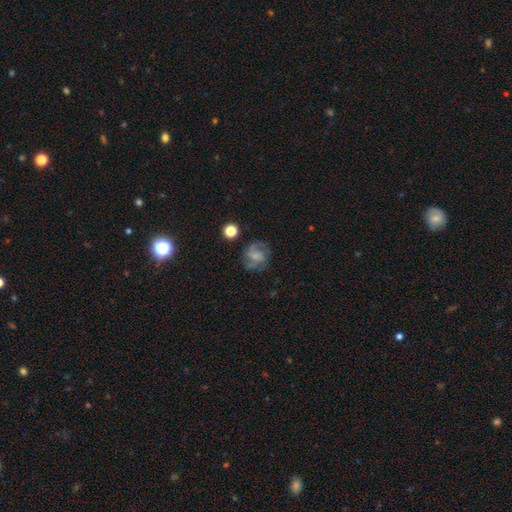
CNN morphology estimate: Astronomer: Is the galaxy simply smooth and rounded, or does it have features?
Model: featured or disk — 56% (runner-up: smooth, 33%).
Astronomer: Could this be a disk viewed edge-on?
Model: no — 98%.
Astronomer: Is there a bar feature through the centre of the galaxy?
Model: no — 56% (runner-up: weak, 36%).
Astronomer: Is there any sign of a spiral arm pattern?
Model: yes — 84%.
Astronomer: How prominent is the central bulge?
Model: none — 39% (runner-up: small, 35%).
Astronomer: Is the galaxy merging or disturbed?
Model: none — 65%.